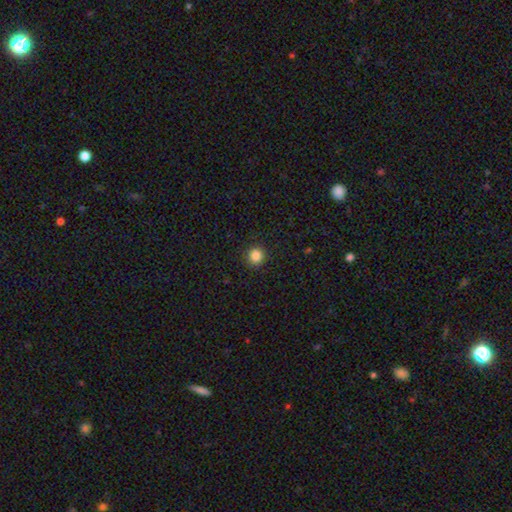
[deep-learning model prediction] A smooth galaxy with no disk features (85%) that is round (94%). Merging: none (92%).